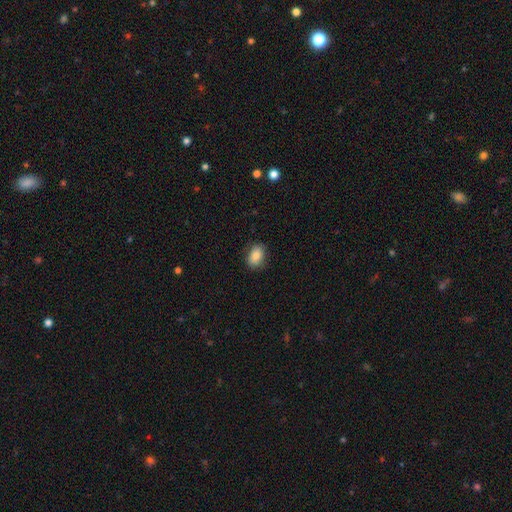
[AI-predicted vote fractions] This is clearly a smooth galaxy (83%). How rounded: clearly in between (84%). Merging: clearly none (83%).